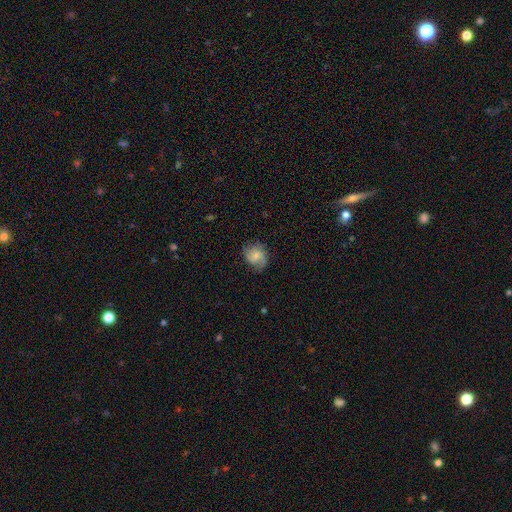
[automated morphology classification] This appears to be a smooth galaxy with no disk features (55%) that is round (66%). Merging: none (68%).